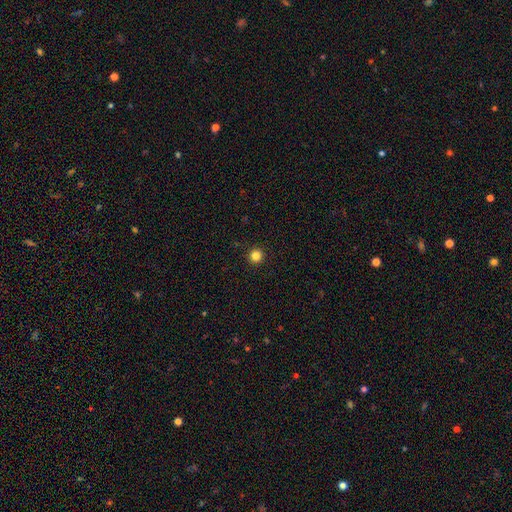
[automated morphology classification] type=smooth (83%); roundness=round (96%); merging=none (93%).